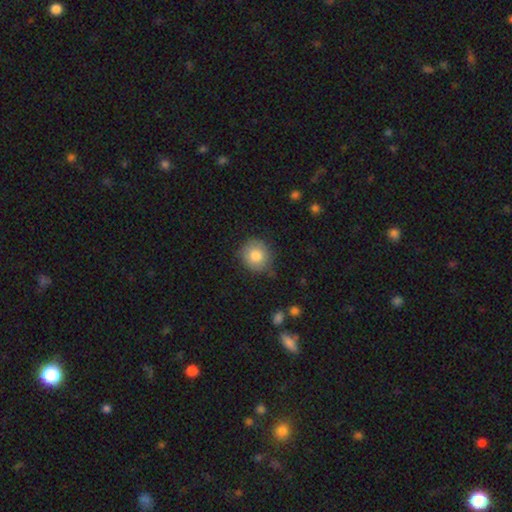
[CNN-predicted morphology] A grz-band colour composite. It shows a smooth galaxy with no disk features (80%) that is round (87%). Merging: none (74%).